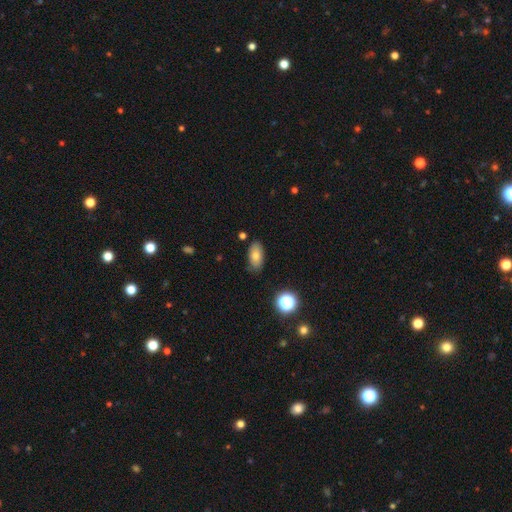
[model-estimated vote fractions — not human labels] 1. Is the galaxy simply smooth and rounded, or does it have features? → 76% smooth, 14% featured or disk, 10% star or artifact.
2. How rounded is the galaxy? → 90% in between, 6% round, 4% cigar-shaped.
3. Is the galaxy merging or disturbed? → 80% none, 15% minor disturbance, 3% major disturbance, 2% merger.